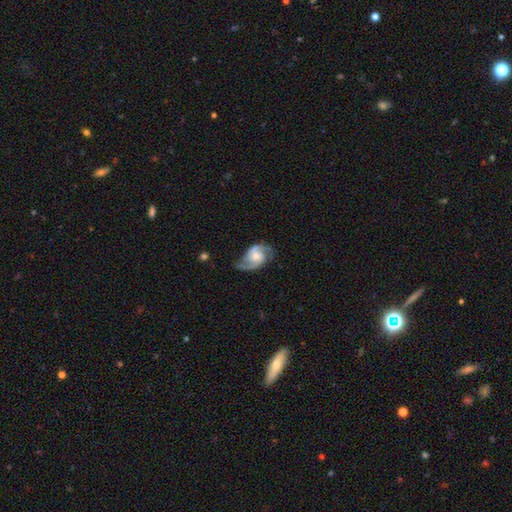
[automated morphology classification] The model was most divided on "bulge size": moderate: 54%, small: 36%, large: 5%, none: 3%, dominant: 1%. More confident: edge-on disk — no (98%); spiral arms — yes (97%); spiral arm count — 2 (92%); smooth or featured — featured or disk (87%); merging — none (73%); bar — no (55%); spiral winding — medium (54%).